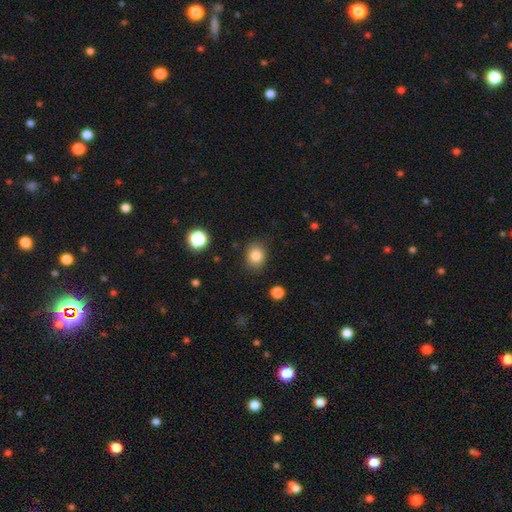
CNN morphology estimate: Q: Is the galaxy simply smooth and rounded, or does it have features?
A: smooth — 83%.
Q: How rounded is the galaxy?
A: round — 64%.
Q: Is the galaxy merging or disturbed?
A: none — 84%.